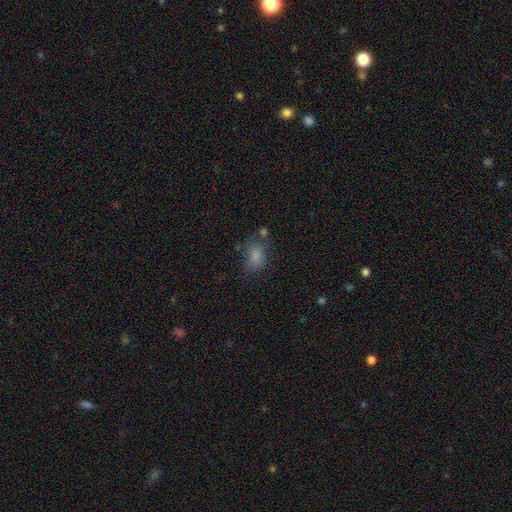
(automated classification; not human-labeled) The model was most divided on "merging": none: 60%, minor disturbance: 20%, merger: 10%, major disturbance: 9%. More confident: smooth or featured — smooth (81%); how rounded — in between (79%).